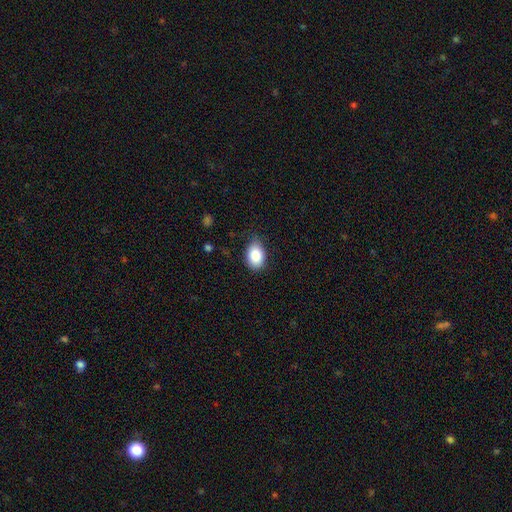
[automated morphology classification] Smooth or featured? Predicted: smooth (p=0.87). How rounded? Predicted: in between (p=0.81). Merging? Predicted: none (p=0.71).